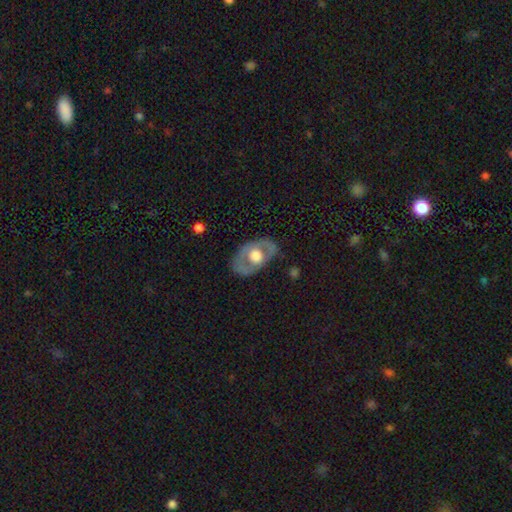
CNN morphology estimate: Smooth or featured? featured or disk (59%)
Edge-on disk? no (86%)
Bar? no (87%)
Spiral arms? no (83%)
Bulge size? large (55%)
Merging? none (77%)